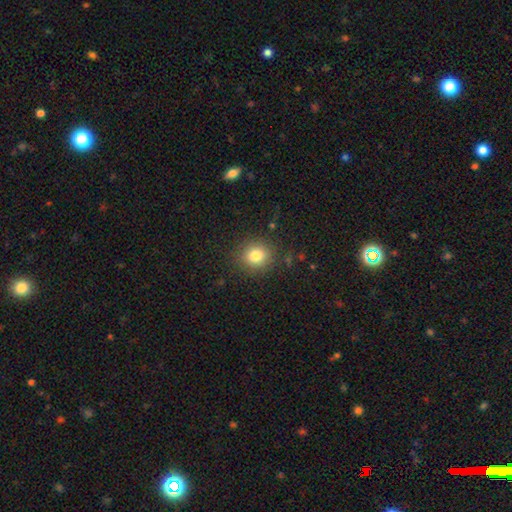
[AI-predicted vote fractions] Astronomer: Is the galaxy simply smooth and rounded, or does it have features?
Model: smooth — 81%.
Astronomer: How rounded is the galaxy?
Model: round — 82%.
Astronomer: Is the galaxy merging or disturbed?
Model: none — 87%.